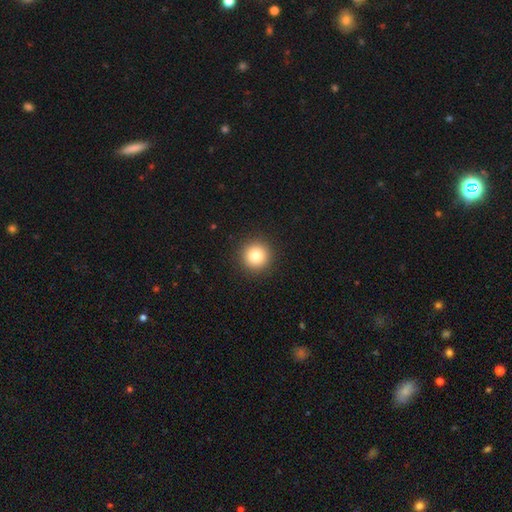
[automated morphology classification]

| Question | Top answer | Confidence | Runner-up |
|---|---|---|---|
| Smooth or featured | smooth | 82% | star or artifact (11%) |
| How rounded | round | 95% | in between (4%) |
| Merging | none | 93% | minor disturbance (5%) |